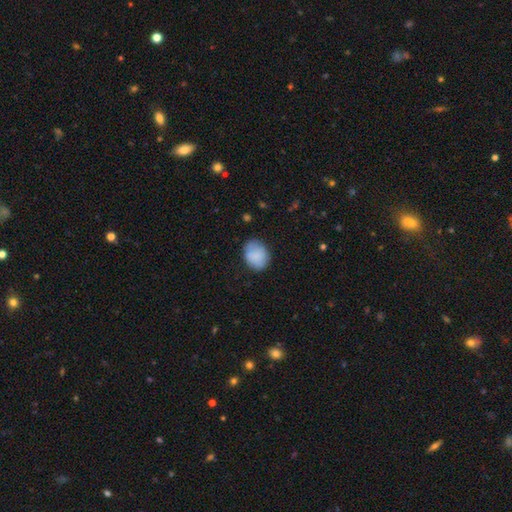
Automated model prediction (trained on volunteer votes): smooth-or-featured: smooth: 85% | featured or disk: 8% | star or artifact: 7%
  how-rounded: in between: 50% | round: 49% | cigar-shaped: 1%
  merging: none: 75% | minor disturbance: 19% | major disturbance: 5% | merger: 2%